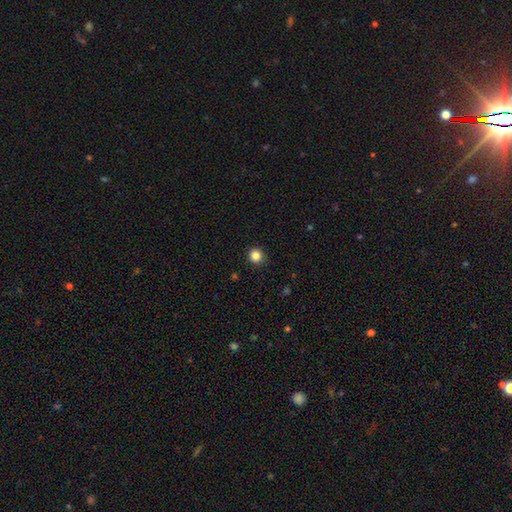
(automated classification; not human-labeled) Overall: smooth (85%). How rounded: round (93%). Merging: none (92%).